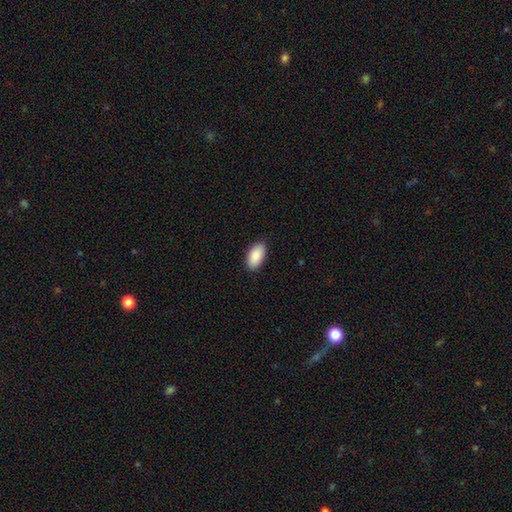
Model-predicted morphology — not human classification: smooth-or-featured: smooth: 90% | star or artifact: 6% | featured or disk: 4%
  how-rounded: in between: 96% | round: 2% | cigar-shaped: 2%
  merging: none: 89% | minor disturbance: 8% | major disturbance: 2% | merger: 1%